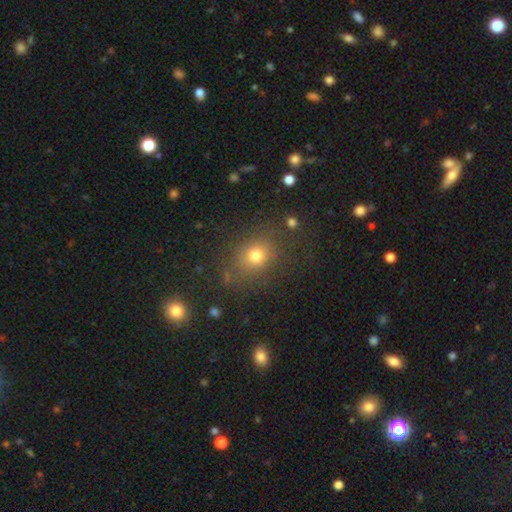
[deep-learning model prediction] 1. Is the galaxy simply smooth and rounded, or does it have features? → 73% smooth, 17% star or artifact, 9% featured or disk.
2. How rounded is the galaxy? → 59% round, 39% in between, 2% cigar-shaped.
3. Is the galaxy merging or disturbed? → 78% none, 13% minor disturbance, 6% major disturbance, 3% merger.